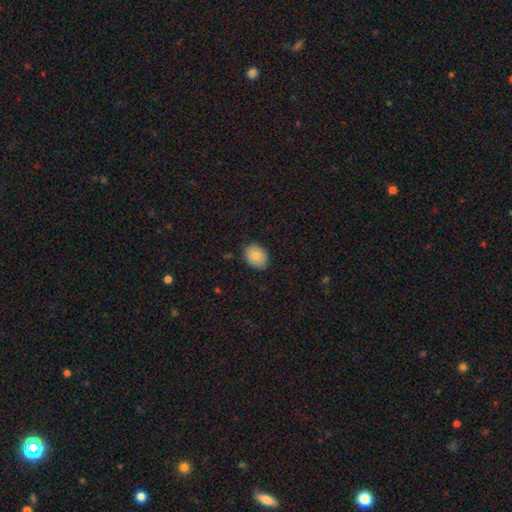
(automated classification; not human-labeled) A smooth galaxy with no disk features (86%) that is in between round and cigar-shaped (65%).

Vote fractions:
- Smooth or featured? smooth: 86% / star or artifact: 7% / featured or disk: 6%
- How rounded? in between: 65% / round: 35% / cigar-shaped: 1%
- Merging? none: 86% / minor disturbance: 11% / major disturbance: 2% / merger: 1%